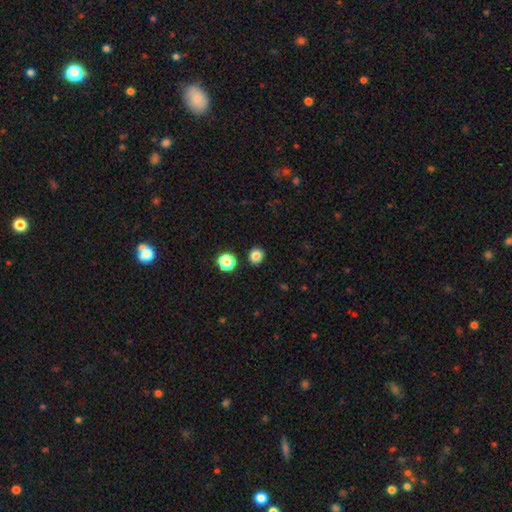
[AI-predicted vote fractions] smooth 84%, star or artifact 12%, featured or disk 4%. Down the decision tree: how rounded — round (88%); merging — none (89%).